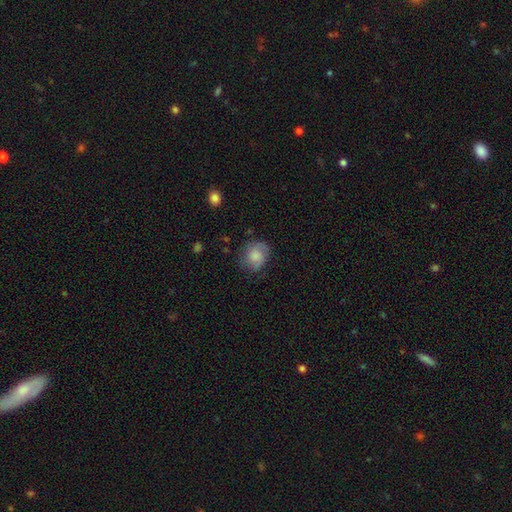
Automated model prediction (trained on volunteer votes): Q: Smooth or featured?
A: smooth (73%); runner-up: featured or disk (19%)
Q: How rounded?
A: round (68%); runner-up: in between (31%)
Q: Merging?
A: none (63%); runner-up: minor disturbance (26%)